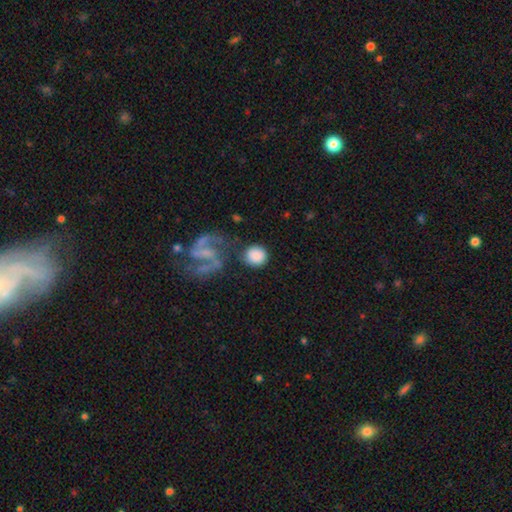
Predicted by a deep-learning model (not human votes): This is clearly a smooth galaxy (80%). How rounded: clearly round (89%). Merging: likely none (67%).